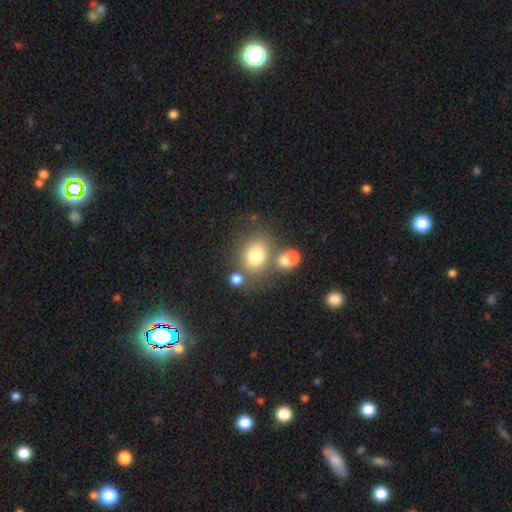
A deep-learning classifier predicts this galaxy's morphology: Smooth or featured?
  - smooth: 73% *
  - featured or disk: 14%
  - star or artifact: 13%
How rounded?
  - round: 61% *
  - in between: 38%
  - cigar-shaped: 1%
Merging?
  - none: 62% *
  - merger: 19%
  - minor disturbance: 13%
  - major disturbance: 6%